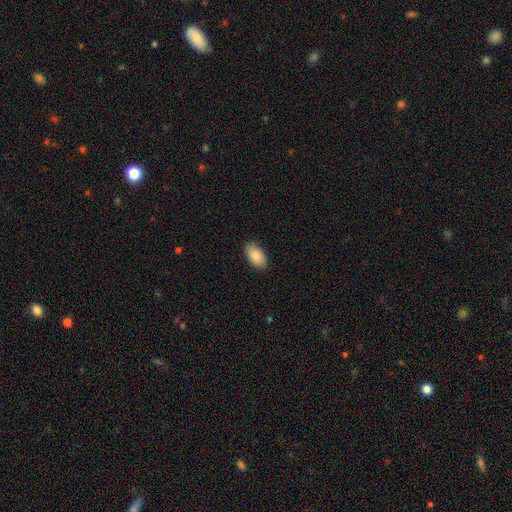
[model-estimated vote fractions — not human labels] This appears to be a smooth galaxy with no disk features (87%) that is in between round and cigar-shaped (95%). Merging: none (87%).